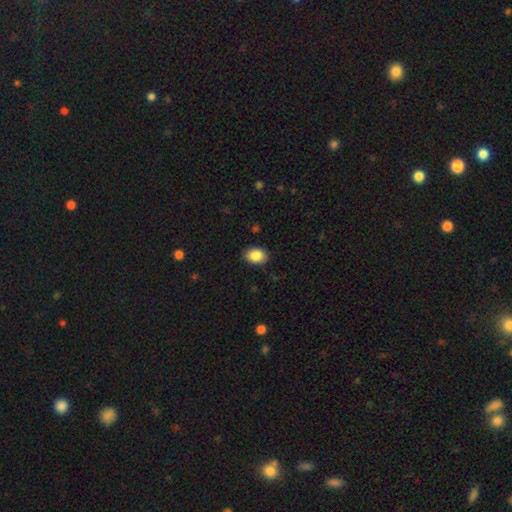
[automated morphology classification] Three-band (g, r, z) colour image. It shows a smooth galaxy with no disk features (87%) that is in between round and cigar-shaped (75%). Merging: none (87%).